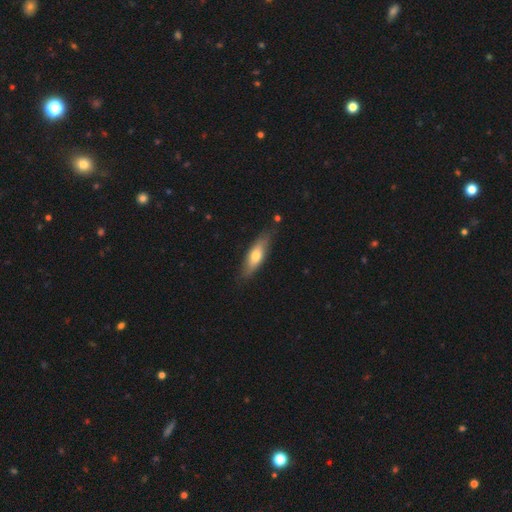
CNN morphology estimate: smooth-or-featured: smooth: 65% | featured or disk: 29% | star or artifact: 6%
  how-rounded: in between: 51% | cigar-shaped: 47% | round: 2%
  merging: none: 76% | minor disturbance: 18% | major disturbance: 3% | merger: 2%